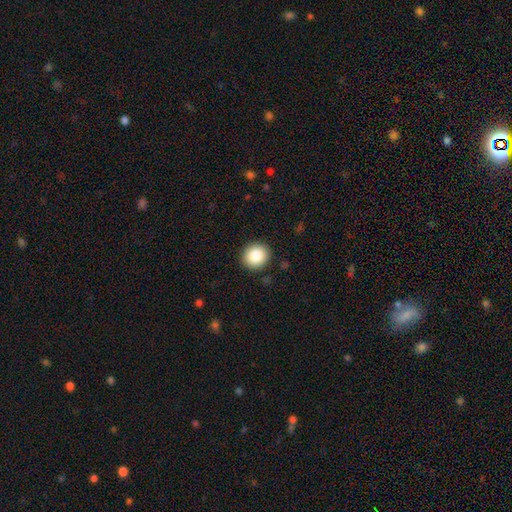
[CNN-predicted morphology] Smooth or featured? Predicted: smooth (p=0.85). How rounded? Predicted: round (p=0.83). Merging? Predicted: none (p=0.91).